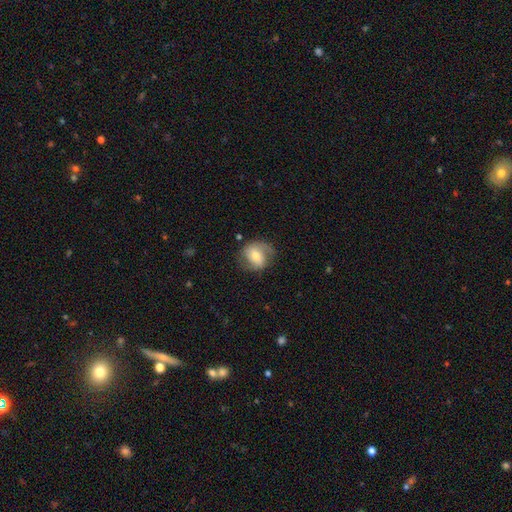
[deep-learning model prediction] This is possibly a featured or disk galaxy (54%). It is clearly not viewed edge-on (96%). Bar: marginally no (42%). Spiral arm pattern: likely yes (80%). Central bulge: possibly moderate (58%). Merging: likely none (67%).